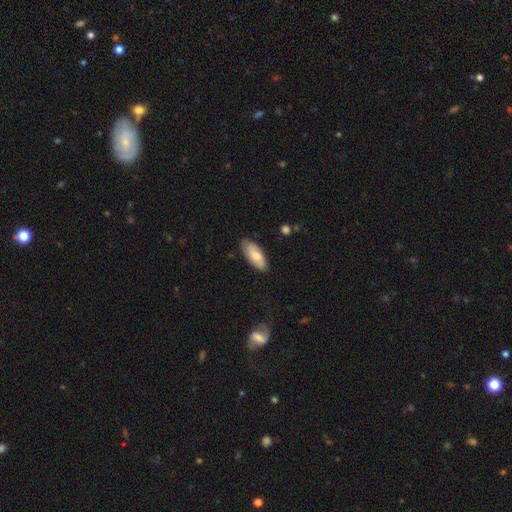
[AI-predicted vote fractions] smooth-or-featured: smooth: 72% | featured or disk: 22% | star or artifact: 6%
  how-rounded: in between: 81% | cigar-shaped: 17% | round: 2%
  merging: none: 82% | minor disturbance: 14% | major disturbance: 2% | merger: 1%